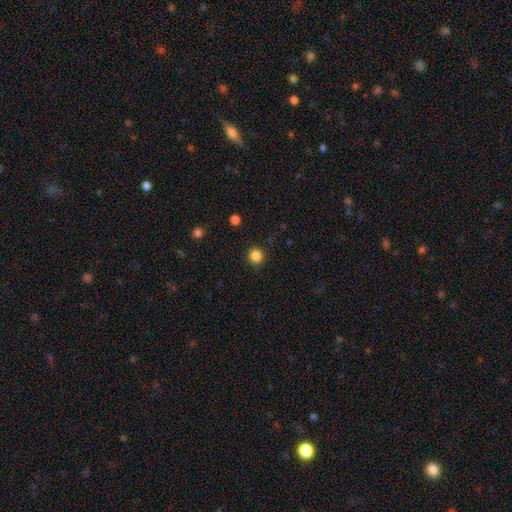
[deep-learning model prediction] smooth-or-featured: smooth: 85% | star or artifact: 12% | featured or disk: 4%
  how-rounded: round: 93% | in between: 6% | cigar-shaped: 1%
  merging: none: 90% | minor disturbance: 6% | major disturbance: 2% | merger: 1%